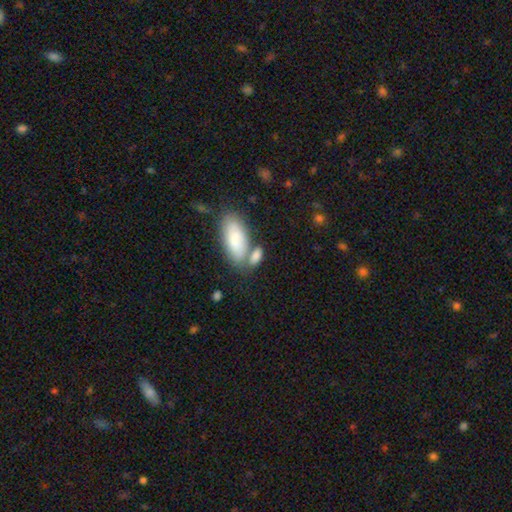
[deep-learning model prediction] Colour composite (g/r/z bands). It shows a smooth galaxy with no disk features (83%) that is in between round and cigar-shaped (81%). Merging: none (47%).